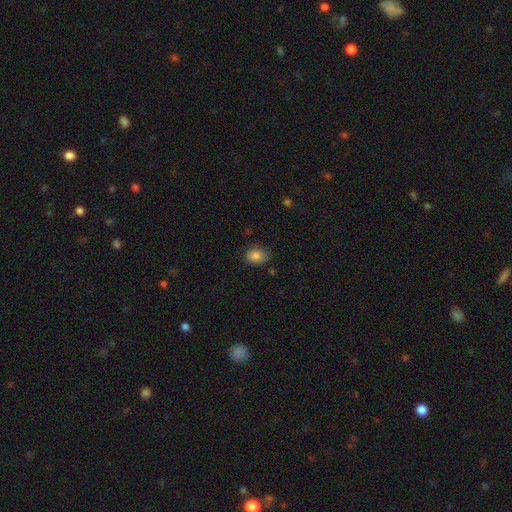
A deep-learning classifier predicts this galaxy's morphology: Smooth or featured?
  - smooth: 85% *
  - star or artifact: 9%
  - featured or disk: 6%
How rounded?
  - in between: 66% *
  - round: 33%
  - cigar-shaped: 1%
Merging?
  - none: 77% *
  - minor disturbance: 18%
  - major disturbance: 3%
  - merger: 2%